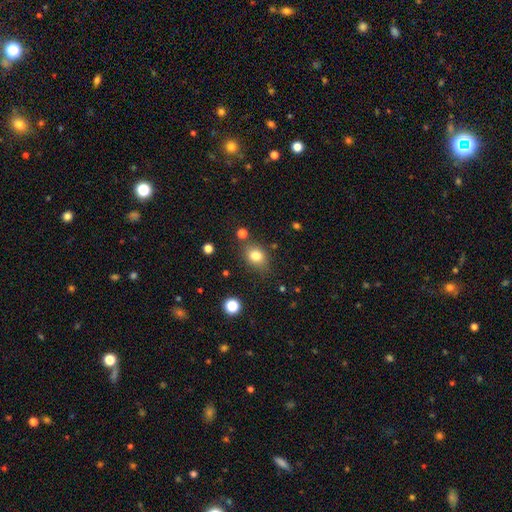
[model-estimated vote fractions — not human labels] This appears to be a smooth galaxy with no disk features (80%) that is in between round and cigar-shaped (57%). Merging: none (75%).